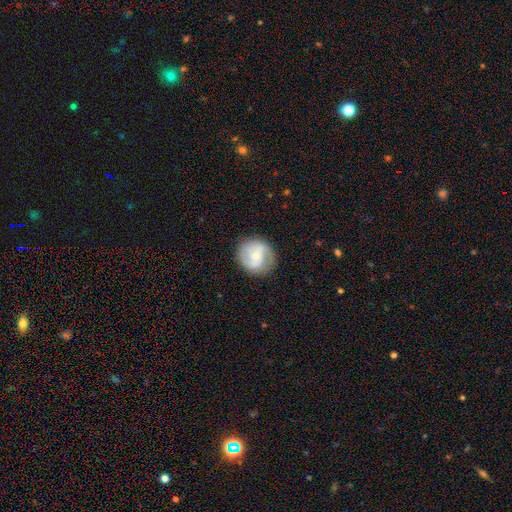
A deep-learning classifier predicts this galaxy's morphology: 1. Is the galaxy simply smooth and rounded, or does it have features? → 62% featured or disk, 31% smooth, 7% star or artifact.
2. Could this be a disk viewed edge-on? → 97% no, 3% yes.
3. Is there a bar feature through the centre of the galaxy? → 43% weak, 42% no, 15% strong.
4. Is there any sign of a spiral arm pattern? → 87% yes, 13% no.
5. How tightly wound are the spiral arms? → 45% medium, 31% loose, 24% tight.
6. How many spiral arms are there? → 81% 2, 9% can't tell, 3% 3, 3% 1, 1% 4, 1% more than 4.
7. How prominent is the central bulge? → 59% small, 34% moderate, 3% none, 2% large, 1% dominant.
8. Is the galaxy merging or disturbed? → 82% none, 12% minor disturbance, 4% major disturbance, 1% merger.